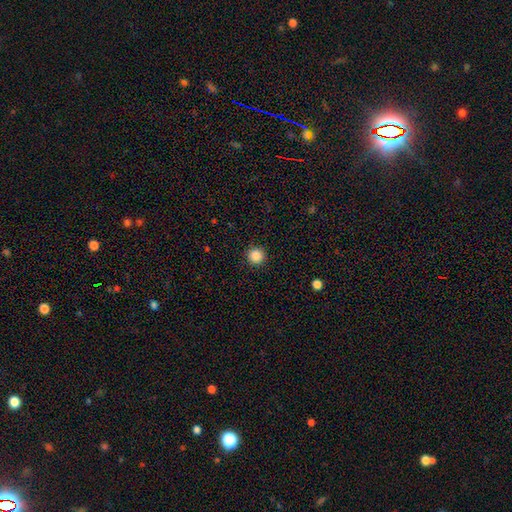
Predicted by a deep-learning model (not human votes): Q: Smooth or featured?
A: smooth (87%); runner-up: star or artifact (10%)
Q: How rounded?
A: round (96%); runner-up: in between (4%)
Q: Merging?
A: none (93%); runner-up: minor disturbance (5%)